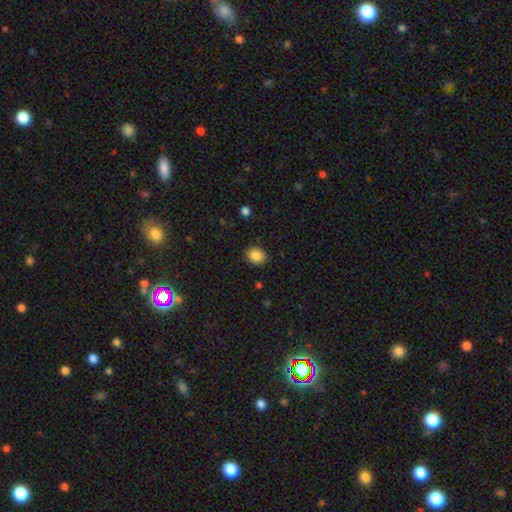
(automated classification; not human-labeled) Overall: smooth (86%). How rounded: round (60%; in between 39%). Merging: none (87%).